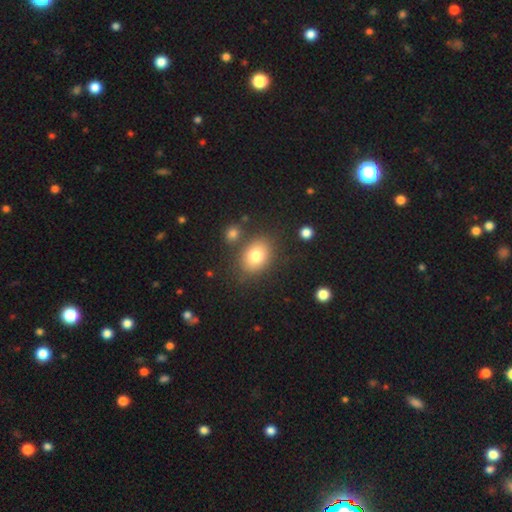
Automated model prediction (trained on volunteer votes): A smooth galaxy with no disk features (79%) that is in between round and cigar-shaped (68%).

Vote fractions:
- Smooth or featured? smooth: 79% / featured or disk: 11% / star or artifact: 10%
- How rounded? in between: 68% / round: 31% / cigar-shaped: 1%
- Merging? none: 78% / minor disturbance: 11% / merger: 7% / major disturbance: 4%